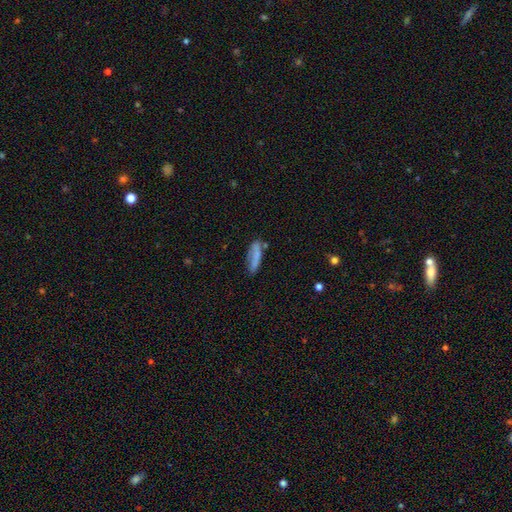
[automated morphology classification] Smooth or featured: smooth — 74% (featured or disk — 18%)
How rounded: cigar-shaped — 66% (in between — 32%)
Merging: none — 61% (minor disturbance — 23%)